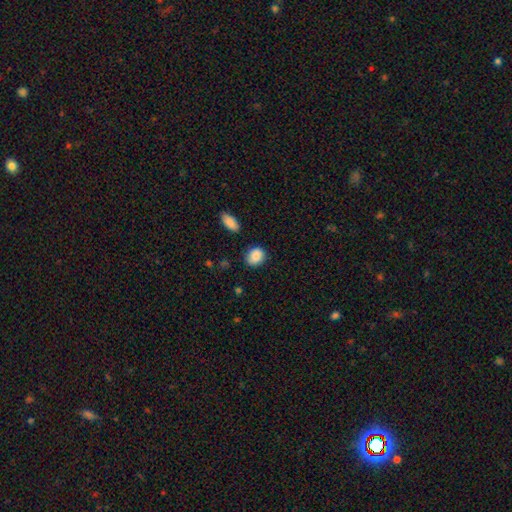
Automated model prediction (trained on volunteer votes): smooth-or-featured: smooth: 87% | star or artifact: 8% | featured or disk: 5%
  how-rounded: round: 59% | in between: 40% | cigar-shaped: 1%
  merging: none: 81% | minor disturbance: 13% | major disturbance: 3% | merger: 3%